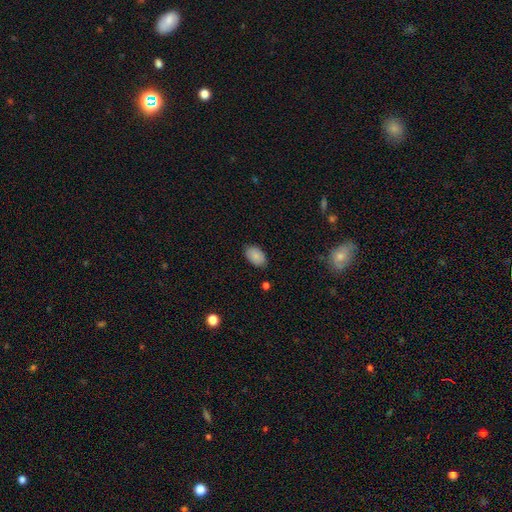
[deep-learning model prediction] Q: Smooth or featured?
A: smooth (88%); runner-up: star or artifact (7%)
Q: How rounded?
A: in between (93%); runner-up: round (6%)
Q: Merging?
A: none (85%); runner-up: minor disturbance (11%)